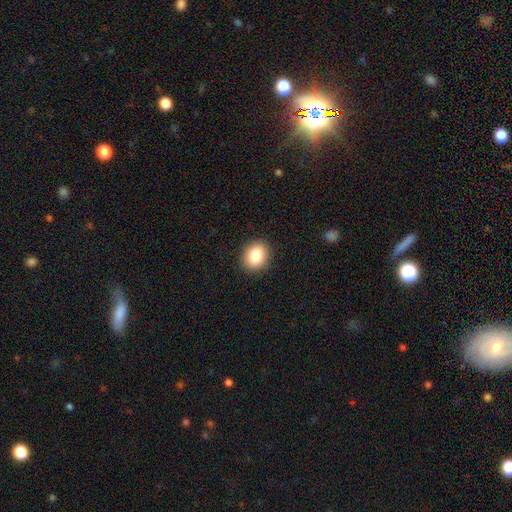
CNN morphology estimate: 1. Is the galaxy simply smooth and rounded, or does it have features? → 84% smooth, 9% star or artifact, 7% featured or disk.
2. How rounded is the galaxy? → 58% round, 42% in between, 1% cigar-shaped.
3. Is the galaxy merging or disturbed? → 90% none, 7% minor disturbance, 2% major disturbance, 1% merger.